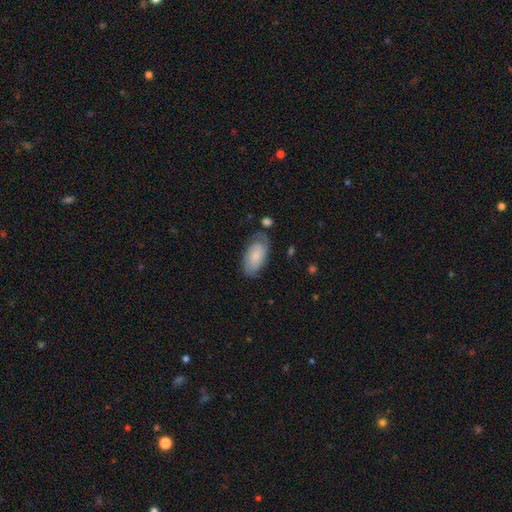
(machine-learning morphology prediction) The model was most divided on "smooth or featured": smooth: 49%, featured or disk: 44%, star or artifact: 7%. More confident: merging — none (63%).